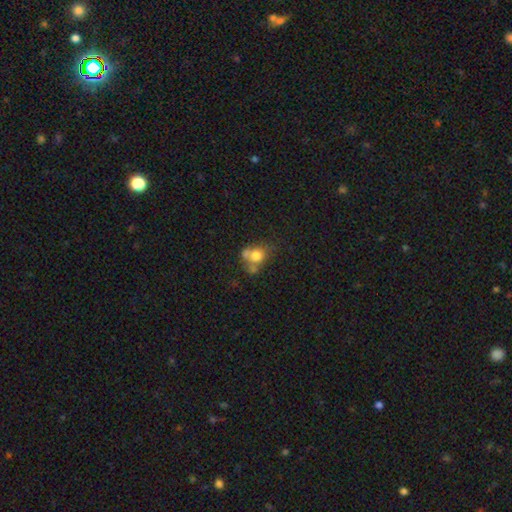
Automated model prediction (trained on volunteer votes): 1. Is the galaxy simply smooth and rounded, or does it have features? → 69% smooth, 19% featured or disk, 12% star or artifact.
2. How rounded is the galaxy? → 63% round, 36% in between, 1% cigar-shaped.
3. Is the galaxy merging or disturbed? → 39% merger, 35% none, 15% minor disturbance, 10% major disturbance.